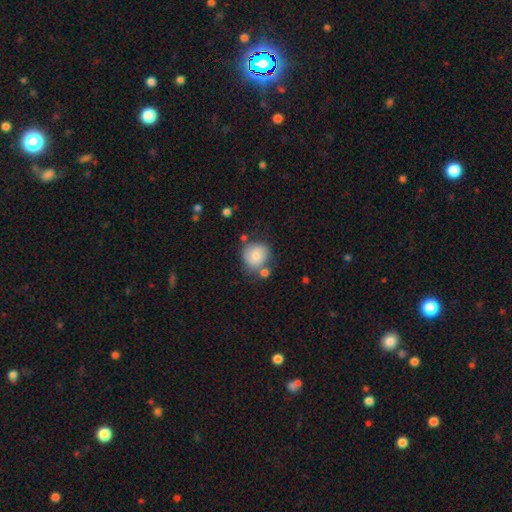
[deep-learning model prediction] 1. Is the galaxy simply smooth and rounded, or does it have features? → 72% smooth, 20% featured or disk, 8% star or artifact.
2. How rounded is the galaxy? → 83% round, 16% in between, 1% cigar-shaped.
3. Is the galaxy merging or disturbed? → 60% none, 20% minor disturbance, 13% merger, 6% major disturbance.